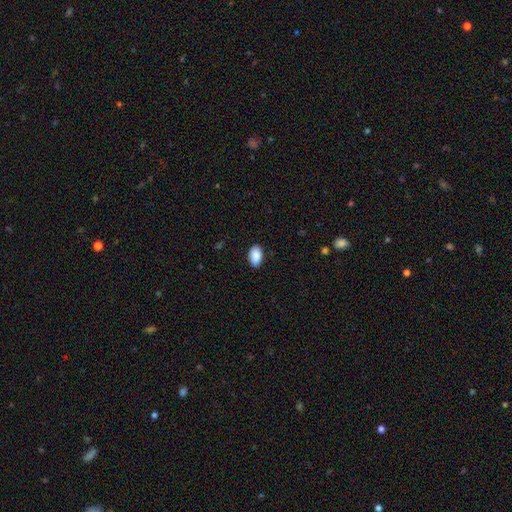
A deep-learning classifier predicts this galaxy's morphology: Smooth or featured? Predicted: smooth (p=0.90). How rounded? Predicted: in between (p=0.93). Merging? Predicted: none (p=0.86).